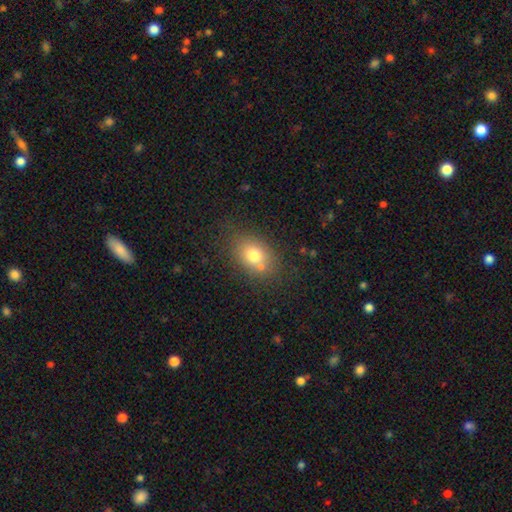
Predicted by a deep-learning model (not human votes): This appears to be a smooth galaxy with no disk features (75%) that is in between round and cigar-shaped (65%). Merging: none (68%).